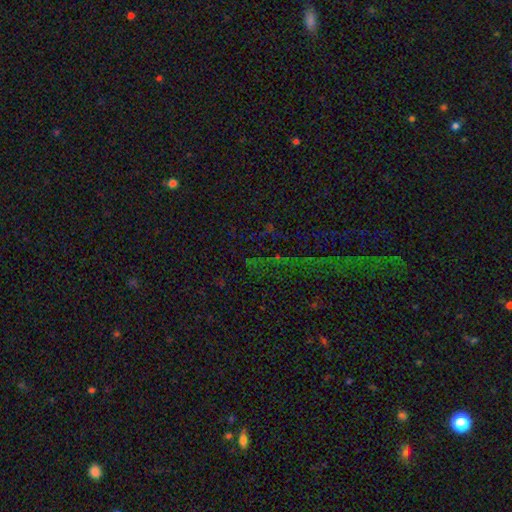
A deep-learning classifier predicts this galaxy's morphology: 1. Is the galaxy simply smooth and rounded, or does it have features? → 79% star or artifact, 12% smooth, 9% featured or disk.